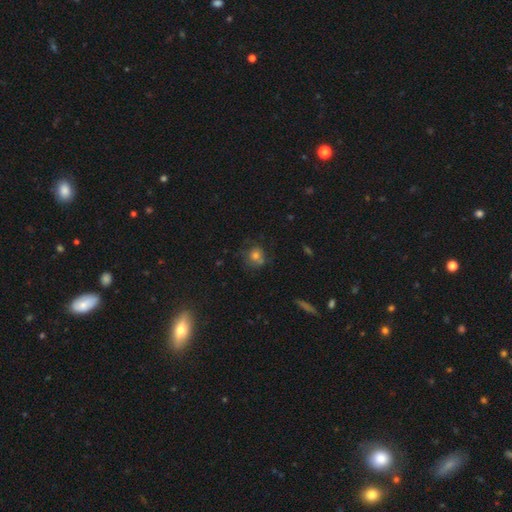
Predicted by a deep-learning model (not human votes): smooth_or_featured: smooth (p=0.64) [alt: featured or disk p=0.19]
how_rounded: round (p=0.83) [alt: in between p=0.16]
merging: none (p=0.59) [alt: minor disturbance p=0.20]